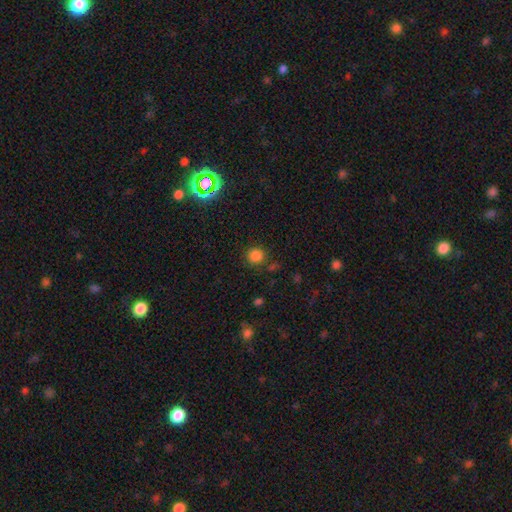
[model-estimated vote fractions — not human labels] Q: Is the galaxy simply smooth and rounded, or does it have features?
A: smooth — 81%.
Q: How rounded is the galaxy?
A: round — 93%.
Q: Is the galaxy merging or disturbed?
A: none — 85%.